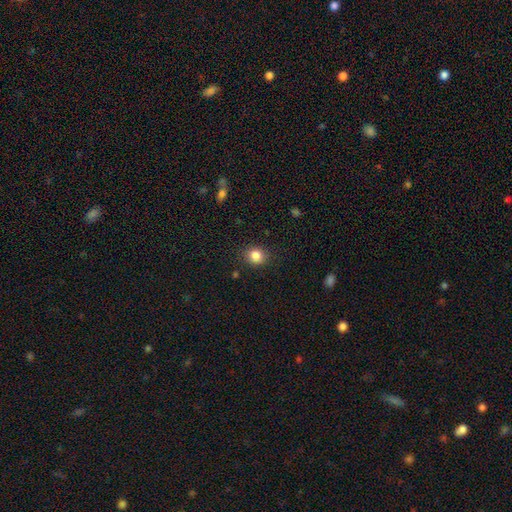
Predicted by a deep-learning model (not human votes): smooth 84%, star or artifact 11%, featured or disk 5%. Down the decision tree: how rounded — round (78%); merging — none (87%).